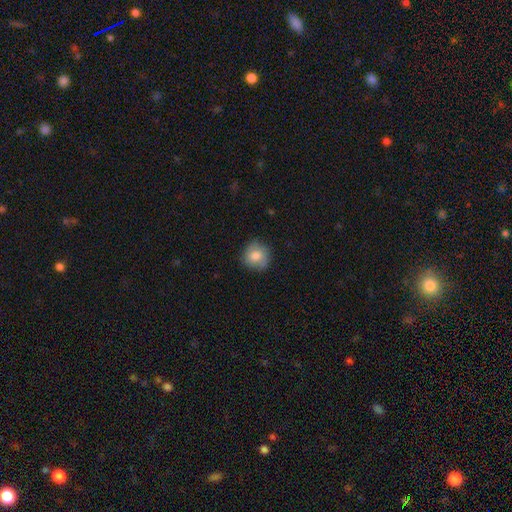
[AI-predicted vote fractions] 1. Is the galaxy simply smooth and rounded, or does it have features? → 79% smooth, 13% featured or disk, 8% star or artifact.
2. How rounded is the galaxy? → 89% round, 10% in between, 1% cigar-shaped.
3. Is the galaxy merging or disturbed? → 81% none, 15% minor disturbance, 3% major disturbance, 1% merger.